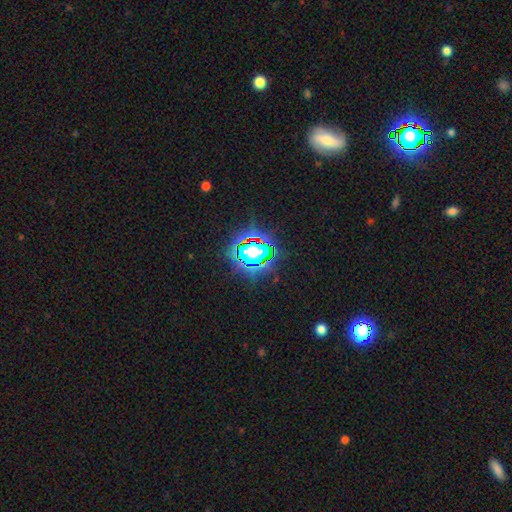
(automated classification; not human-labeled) Q: Smooth or featured?
A: star or artifact (76%); runner-up: smooth (14%)